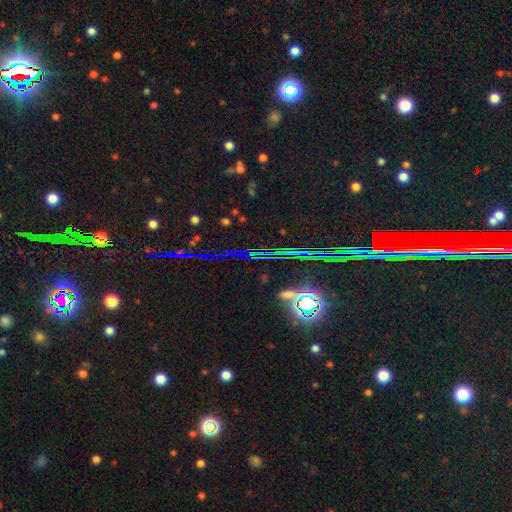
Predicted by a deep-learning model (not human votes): star or artifact 81%, featured or disk 10%, smooth 9%.